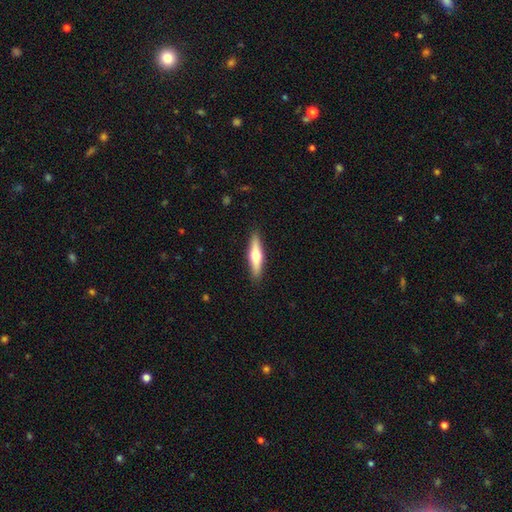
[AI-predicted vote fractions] Q: Smooth or featured?
A: featured or disk (47%); tied with: smooth (47%)
Q: Merging?
A: none (90%); runner-up: minor disturbance (7%)